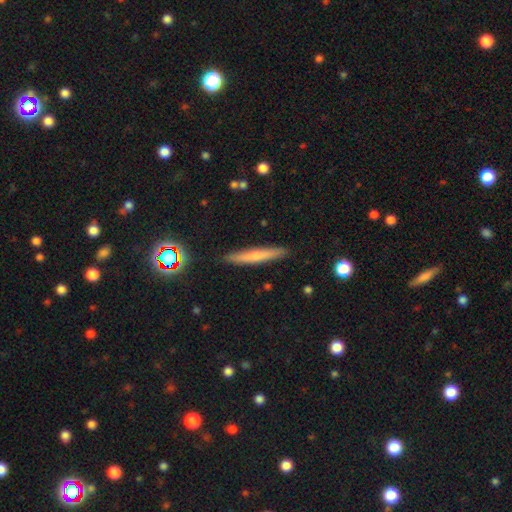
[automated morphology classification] The model was most divided on "smooth or featured": smooth: 57%, featured or disk: 34%, star or artifact: 9%. More confident: how rounded — cigar-shaped (94%); merging — none (89%).